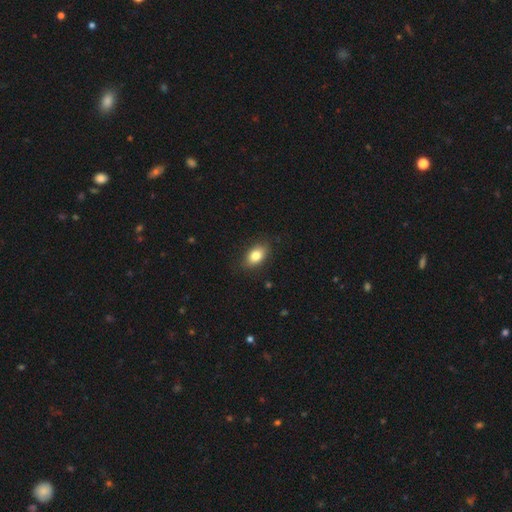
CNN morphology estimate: Smooth or featured? smooth (81%)
How rounded? in between (87%)
Merging? none (85%)